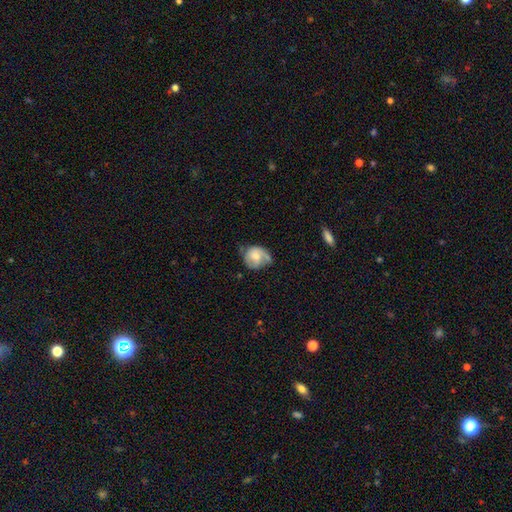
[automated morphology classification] Q: Smooth or featured?
A: smooth (47%); runner-up: featured or disk (46%)
Q: Merging?
A: none (41%); runner-up: minor disturbance (34%)